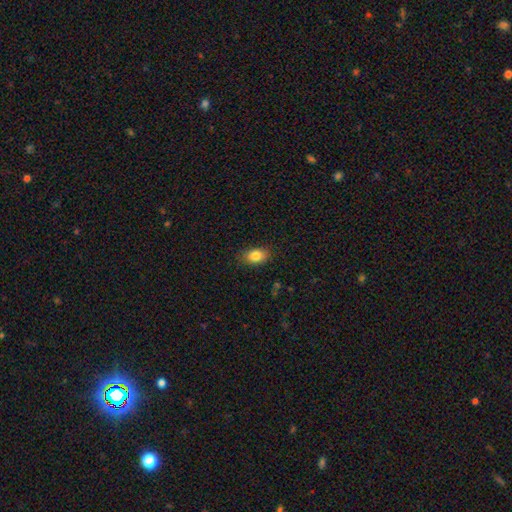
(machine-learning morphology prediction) A smooth galaxy with no disk features (85%) that is in between round and cigar-shaped (84%).

Vote fractions:
- Smooth or featured? smooth: 85% / star or artifact: 8% / featured or disk: 7%
- How rounded? in between: 84% / round: 14% / cigar-shaped: 2%
- Merging? none: 86% / minor disturbance: 11% / major disturbance: 3% / merger: 1%